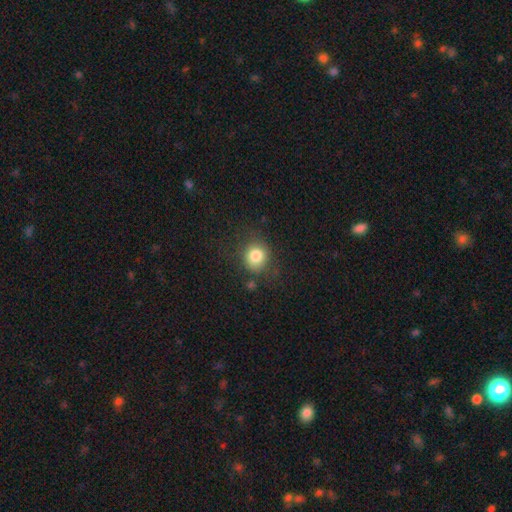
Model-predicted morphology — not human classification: type=smooth (82%); roundness=round (80%); merging=none (75%).